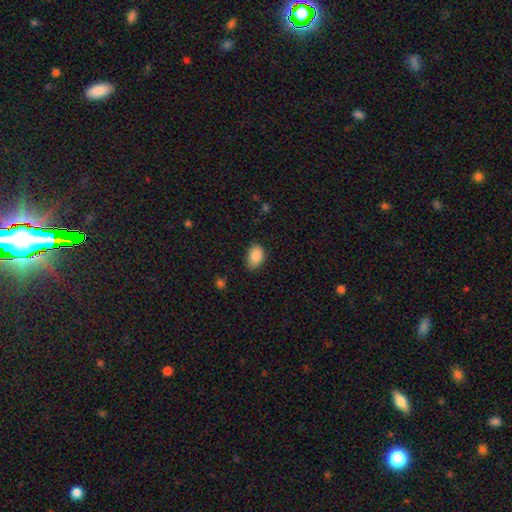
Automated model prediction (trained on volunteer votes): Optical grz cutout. It shows a smooth galaxy with no disk features (89%) that is in between round and cigar-shaped (84%). Merging: none (73%).